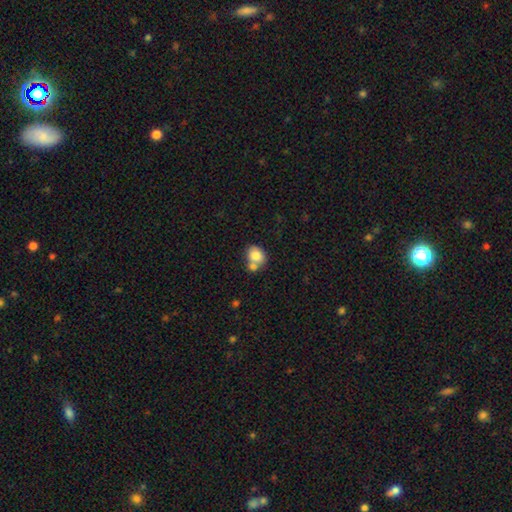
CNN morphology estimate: Smooth or featured: smooth — 82% (featured or disk — 10%)
How rounded: in between — 52% (round — 47%)
Merging: merger — 43% (none — 41%)